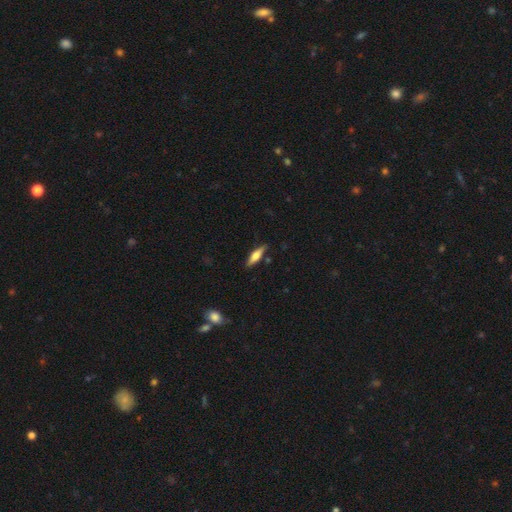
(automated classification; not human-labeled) A smooth galaxy with no disk features (51%) that is cigar-shaped (62%). Merging: none (83%).